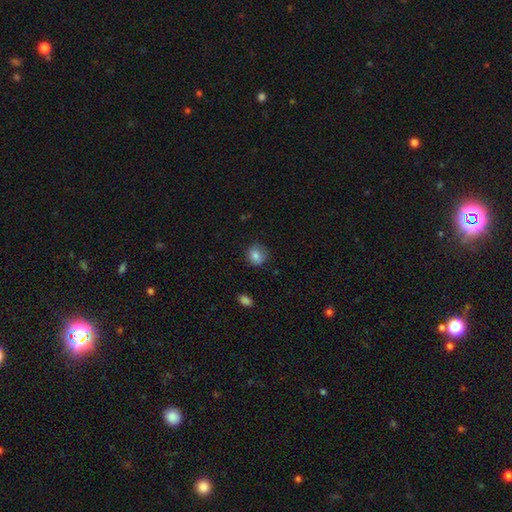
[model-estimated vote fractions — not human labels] Morphology: type=smooth (83%); roundness=round (80%); merging=none (78%).